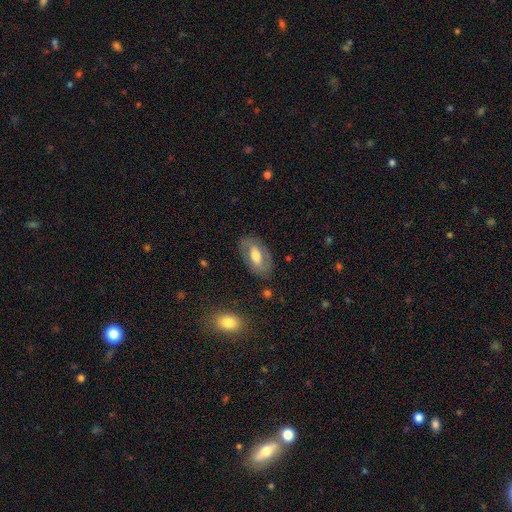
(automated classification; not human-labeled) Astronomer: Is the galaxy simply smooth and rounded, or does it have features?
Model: smooth — 47% (runner-up: featured or disk, 46%).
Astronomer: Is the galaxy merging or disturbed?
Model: none — 78%.